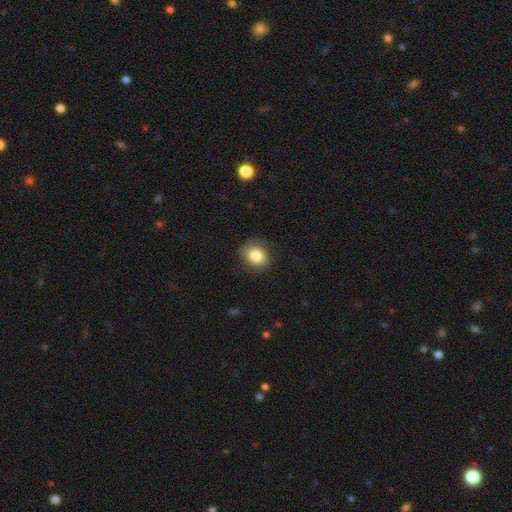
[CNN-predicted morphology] A smooth galaxy with no disk features (82%) that is in between round and cigar-shaped (53%). Merging: none (78%).